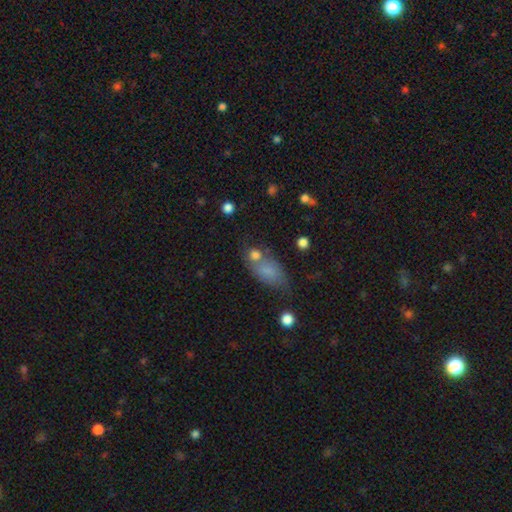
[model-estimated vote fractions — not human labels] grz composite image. It shows a smooth galaxy with no disk features (75%) that is in between round and cigar-shaped (56%). Merging: none (48%).